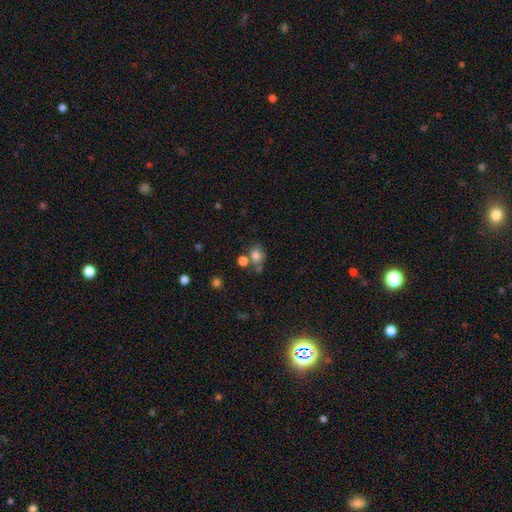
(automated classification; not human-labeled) Overall: smooth (76%). How rounded: round (55%; in between 44%). Merging: none (51%; merger 25%).